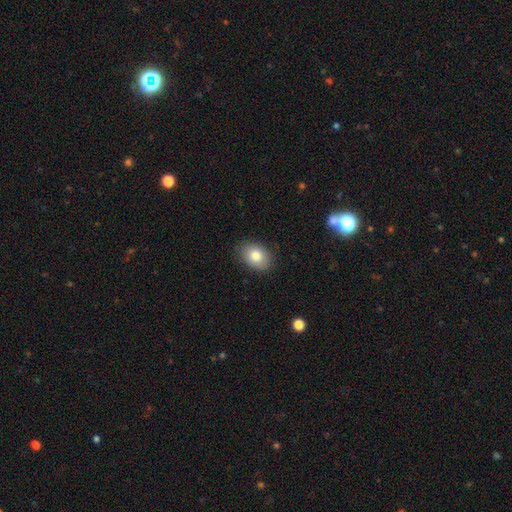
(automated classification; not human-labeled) Smooth or featured: smooth — 81% (featured or disk — 11%)
How rounded: in between — 77% (round — 22%)
Merging: none — 86% (minor disturbance — 11%)